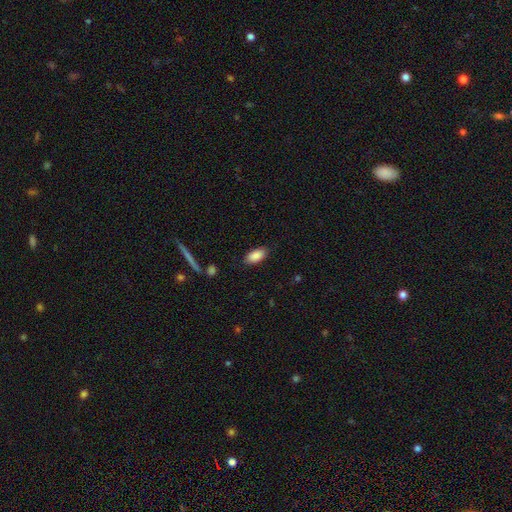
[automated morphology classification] This is clearly a smooth galaxy (88%). How rounded: clearly in between (91%). Merging: clearly none (84%).